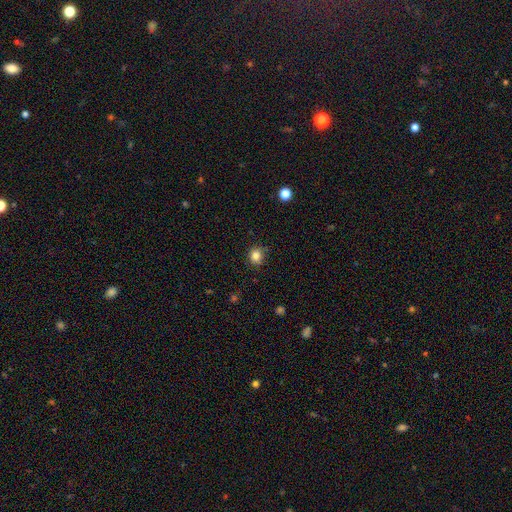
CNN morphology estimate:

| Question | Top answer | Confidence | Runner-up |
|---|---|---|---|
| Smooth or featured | smooth | 83% | star or artifact (12%) |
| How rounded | round | 84% | in between (15%) |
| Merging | none | 82% | minor disturbance (14%) |